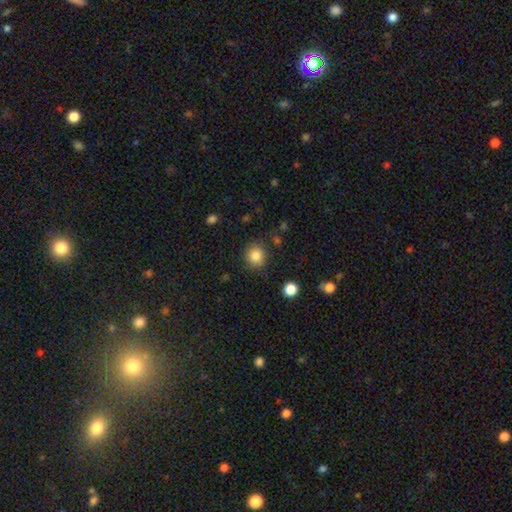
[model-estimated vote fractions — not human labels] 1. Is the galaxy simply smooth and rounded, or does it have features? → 85% smooth, 10% star or artifact, 5% featured or disk.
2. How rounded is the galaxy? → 83% round, 16% in between, 1% cigar-shaped.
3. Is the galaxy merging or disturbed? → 82% none, 11% minor disturbance, 4% major disturbance, 2% merger.